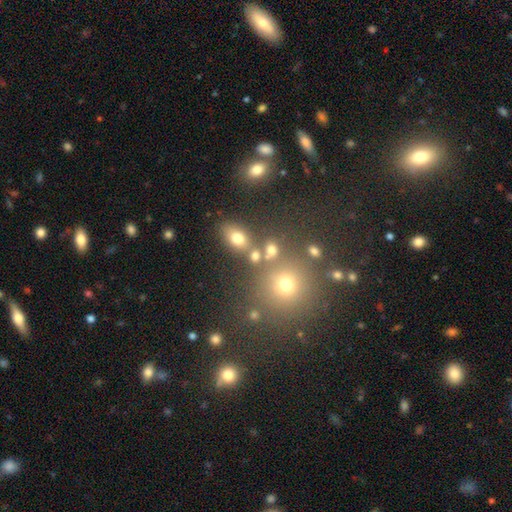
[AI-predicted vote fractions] This appears to be a smooth galaxy with no disk features (70%) that is round (51%). Merging: none (63%).